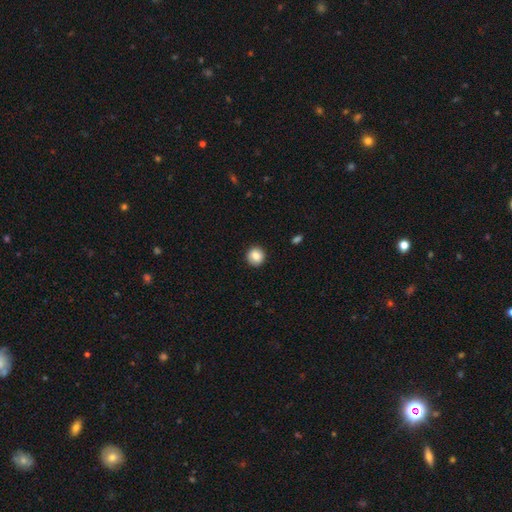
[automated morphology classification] type=smooth (84%); roundness=round (94%); merging=none (92%).